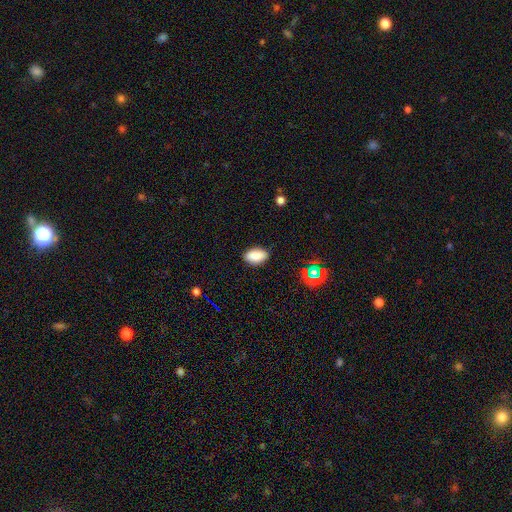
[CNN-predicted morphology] This appears to be a smooth galaxy with no disk features (85%) that is in between round and cigar-shaped (92%). Merging: none (85%).